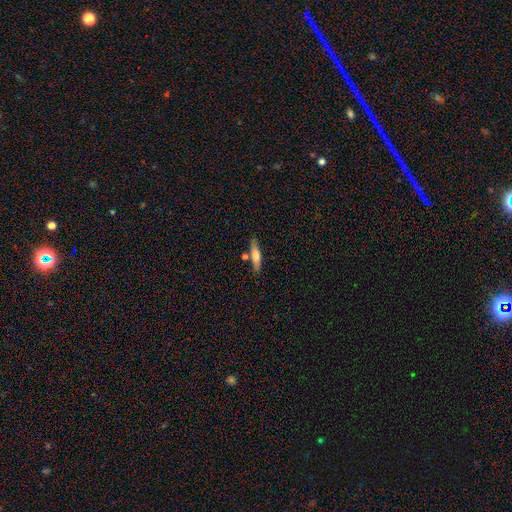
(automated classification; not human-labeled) Overall: smooth (62%; featured or disk 32%). How rounded: cigar-shaped (79%). Merging: none (75%).